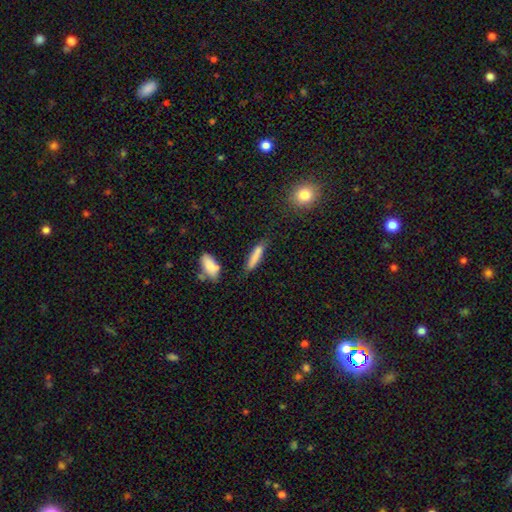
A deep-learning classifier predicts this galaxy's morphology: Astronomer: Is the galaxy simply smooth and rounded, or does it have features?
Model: smooth — 80%.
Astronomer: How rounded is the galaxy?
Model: cigar-shaped — 82%.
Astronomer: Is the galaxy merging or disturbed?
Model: none — 71%.